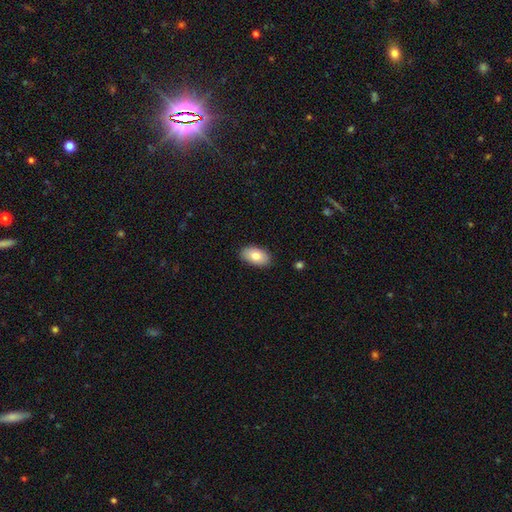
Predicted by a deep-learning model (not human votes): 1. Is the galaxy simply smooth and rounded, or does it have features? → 80% smooth, 13% featured or disk, 7% star or artifact.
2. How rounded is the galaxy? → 93% in between, 5% round, 1% cigar-shaped.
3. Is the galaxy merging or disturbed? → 87% none, 10% minor disturbance, 2% major disturbance, 1% merger.